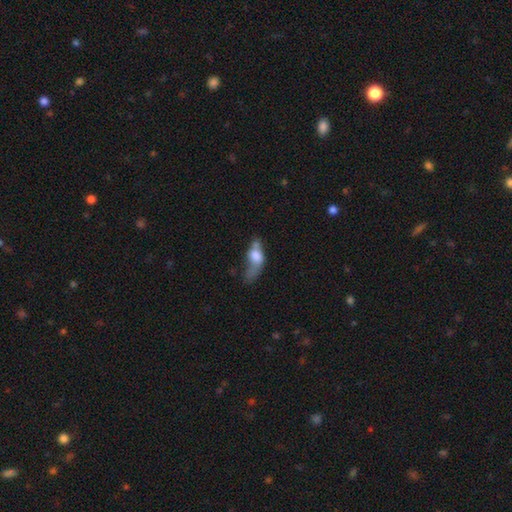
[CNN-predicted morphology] Smooth or featured?
  - smooth: 63% *
  - featured or disk: 28%
  - star or artifact: 9%
How rounded?
  - in between: 76% *
  - cigar-shaped: 13%
  - round: 11%
Merging?
  - major disturbance: 41% *
  - minor disturbance: 22%
  - none: 19%
  - merger: 18%